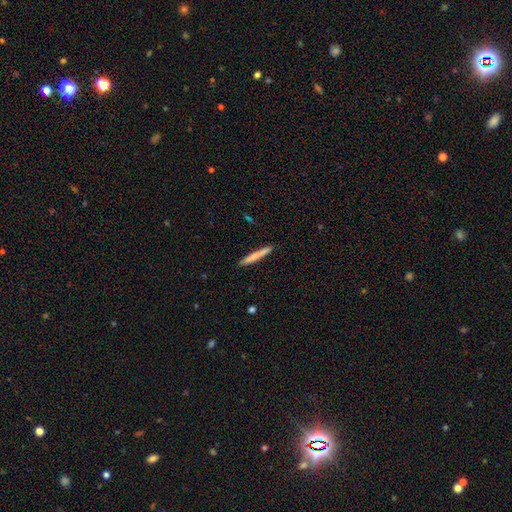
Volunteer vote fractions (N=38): Overall: smooth (55%; featured or disk 37%). How rounded: cigar-shaped (90%). Merging: none (91%).